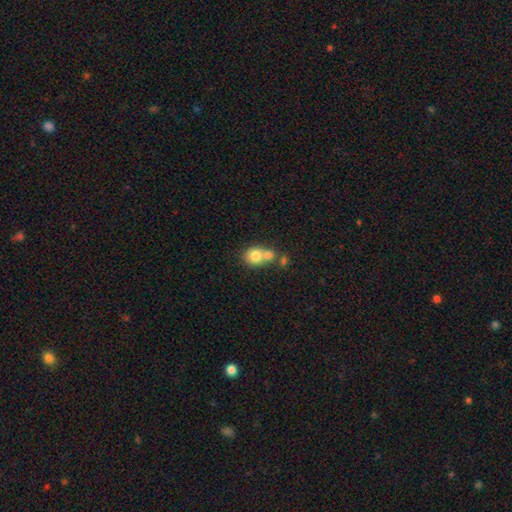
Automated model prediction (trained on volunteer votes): This appears to be a smooth galaxy with no disk features (78%) that is round (76%). Merging: merger (55%).